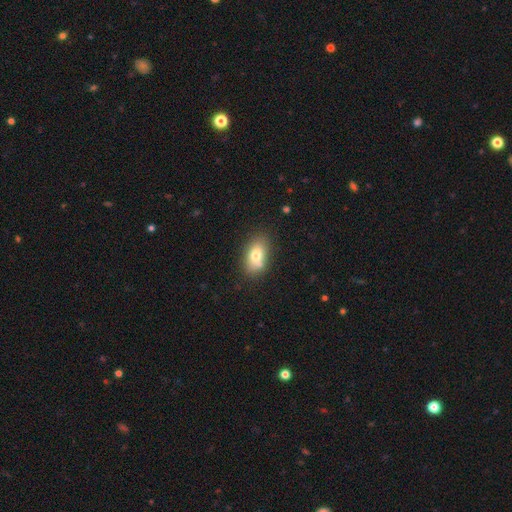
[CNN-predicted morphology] Smooth or featured? Predicted: smooth (p=0.73). How rounded? Predicted: in between (p=0.87). Merging? Predicted: none (p=0.66).